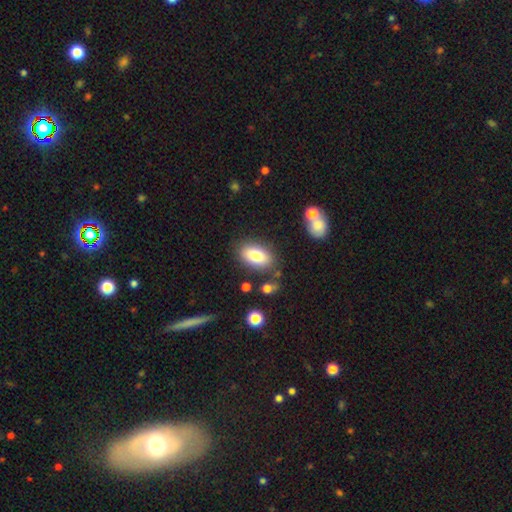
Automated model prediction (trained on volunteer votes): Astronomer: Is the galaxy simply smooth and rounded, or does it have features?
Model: smooth — 80%.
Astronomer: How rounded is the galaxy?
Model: in between — 91%.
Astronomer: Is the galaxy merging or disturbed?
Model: none — 80%.